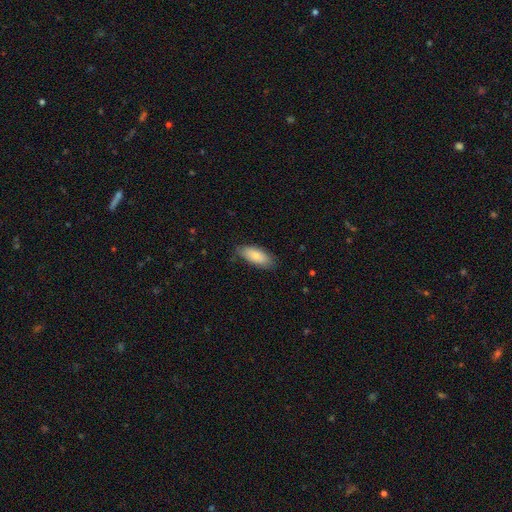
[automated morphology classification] type=smooth (81%); roundness=in between (82%); merging=none (77%).